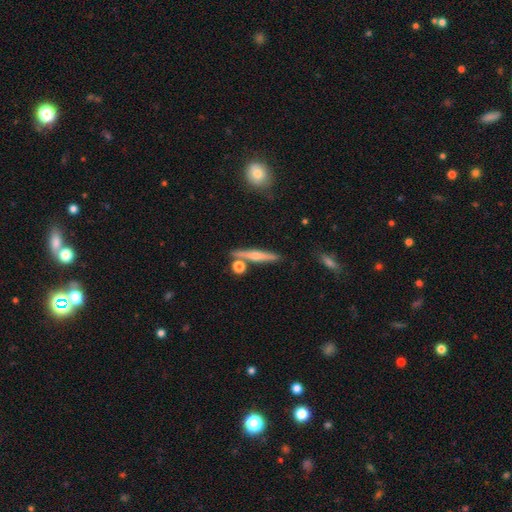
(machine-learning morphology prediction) Smooth or featured? Predicted: featured or disk (p=0.51). Edge-on disk? Predicted: yes (p=0.95). Merging? Predicted: none (p=0.79).